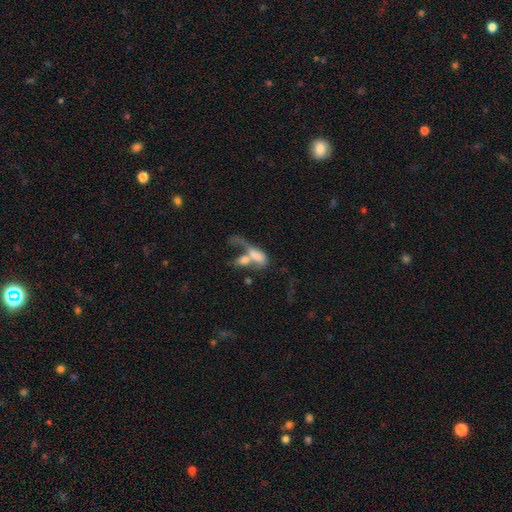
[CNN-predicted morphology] This appears to be a smooth galaxy with no disk features (58%) that is in between round and cigar-shaped (80%). Merging: merger (63%).